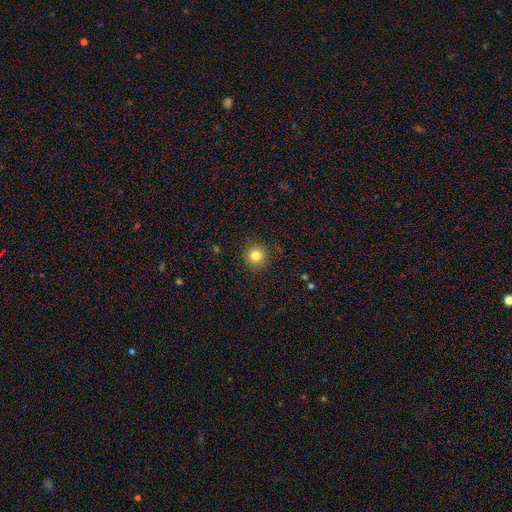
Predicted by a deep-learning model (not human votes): A smooth galaxy with no disk features (82%) that is round (93%).

Vote fractions:
- Smooth or featured? smooth: 82% / star or artifact: 12% / featured or disk: 6%
- How rounded? round: 93% / in between: 6% / cigar-shaped: 1%
- Merging? none: 90% / minor disturbance: 7% / major disturbance: 2% / merger: 1%